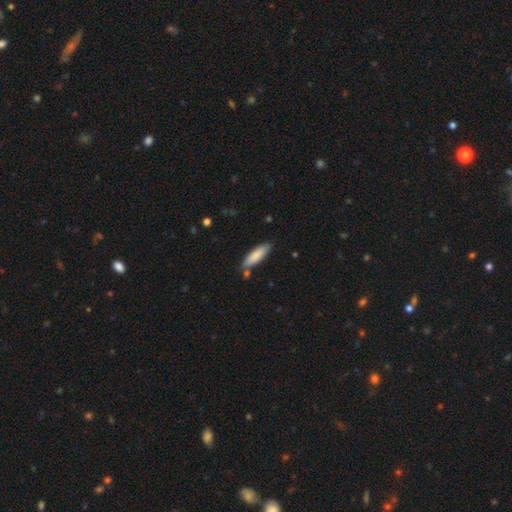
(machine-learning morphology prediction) Overall: smooth (85%). How rounded: cigar-shaped (60%; in between 39%). Merging: none (78%).